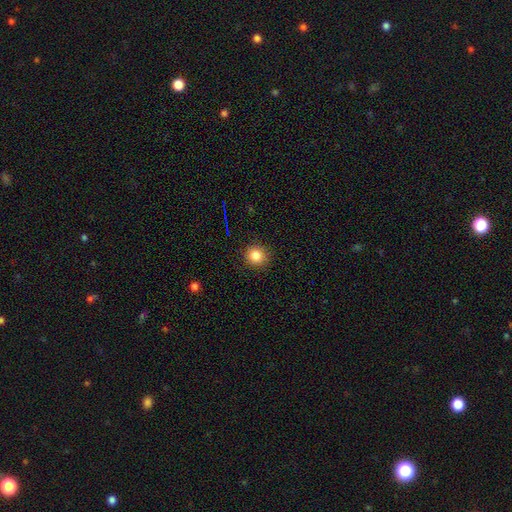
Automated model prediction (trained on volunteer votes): The model was most divided on "smooth or featured": smooth: 84%, star or artifact: 11%, featured or disk: 5%. More confident: how rounded — round (91%); merging — none (90%).